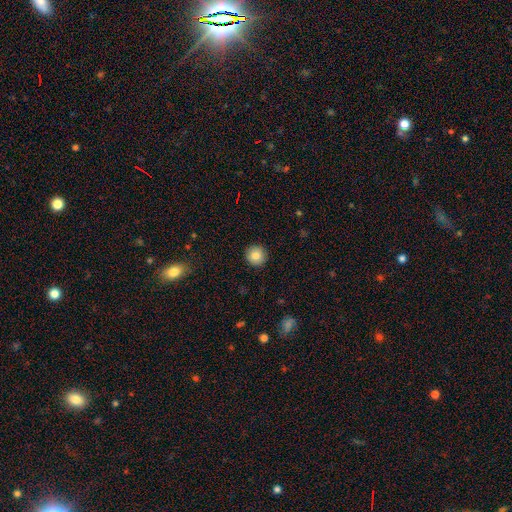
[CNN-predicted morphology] Smooth or featured: smooth — 84% (star or artifact — 9%)
How rounded: round — 95% (in between — 4%)
Merging: none — 92% (minor disturbance — 5%)